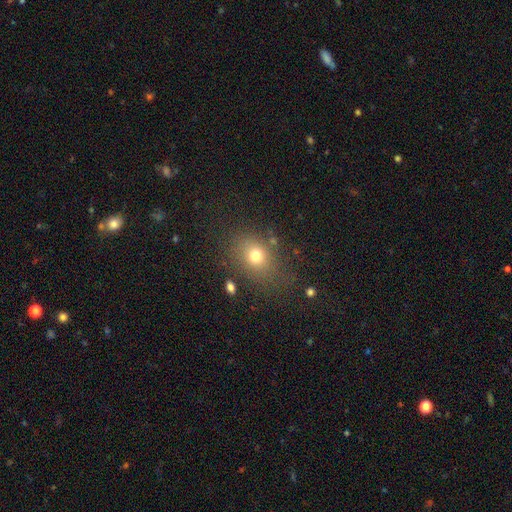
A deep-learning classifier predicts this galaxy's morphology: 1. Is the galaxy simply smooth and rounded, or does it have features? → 74% smooth, 15% star or artifact, 11% featured or disk.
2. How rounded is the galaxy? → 53% in between, 45% round, 1% cigar-shaped.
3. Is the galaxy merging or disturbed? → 74% none, 15% minor disturbance, 8% major disturbance, 3% merger.